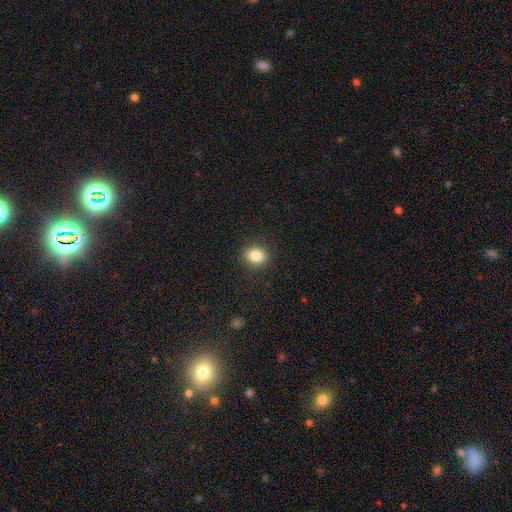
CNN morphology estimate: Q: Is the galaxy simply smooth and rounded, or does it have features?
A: smooth — 84%.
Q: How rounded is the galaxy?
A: in between — 52%.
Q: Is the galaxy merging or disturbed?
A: none — 89%.